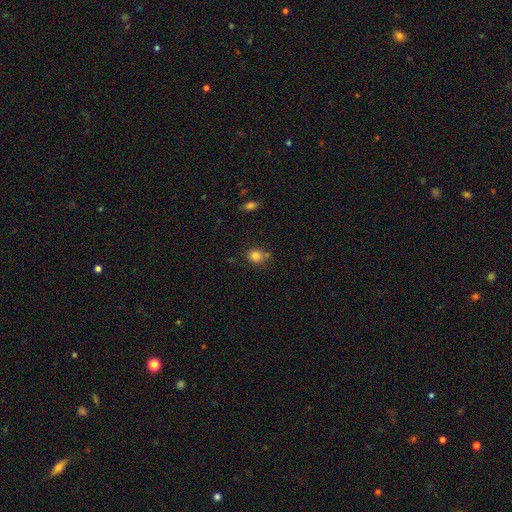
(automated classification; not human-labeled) smooth-or-featured: smooth: 82% | star or artifact: 11% | featured or disk: 6%
  how-rounded: round: 74% | in between: 25% | cigar-shaped: 1%
  merging: none: 69% | minor disturbance: 17% | merger: 10% | major disturbance: 4%